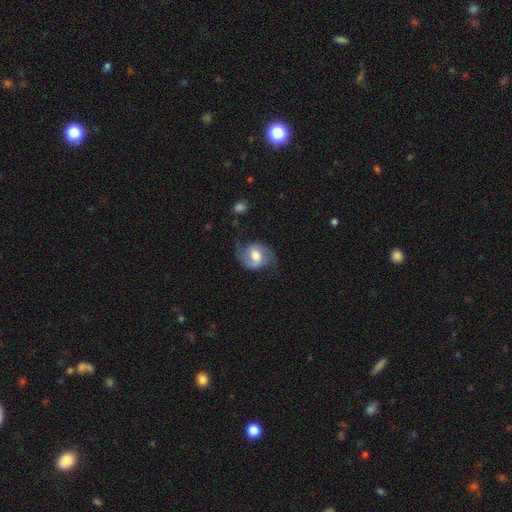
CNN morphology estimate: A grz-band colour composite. It shows a featured or disk galaxy (75%) with a weak bar (49%), 2 (88%) medium (49%) spiral arms (94%) and a moderate central bulge (65%). Merging: none (68%).